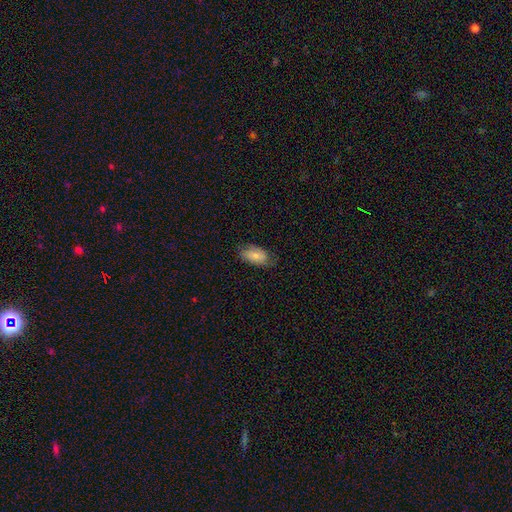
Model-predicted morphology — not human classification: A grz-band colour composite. It shows a smooth galaxy with no disk features (68%) that is in between round and cigar-shaped (93%). Merging: none (67%).